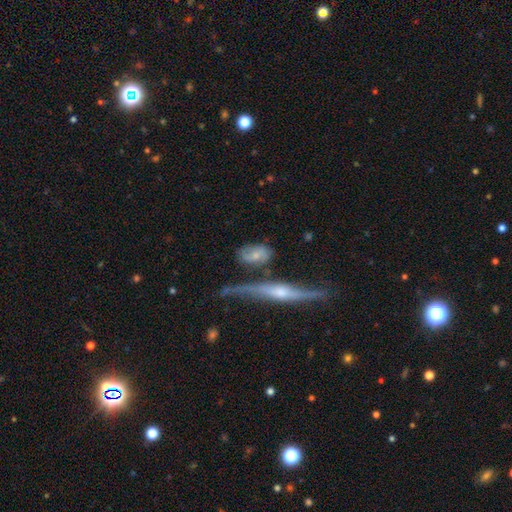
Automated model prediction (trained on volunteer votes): smooth 47%, featured or disk 46%, star or artifact 7%. Down the decision tree: merging — none (59%).